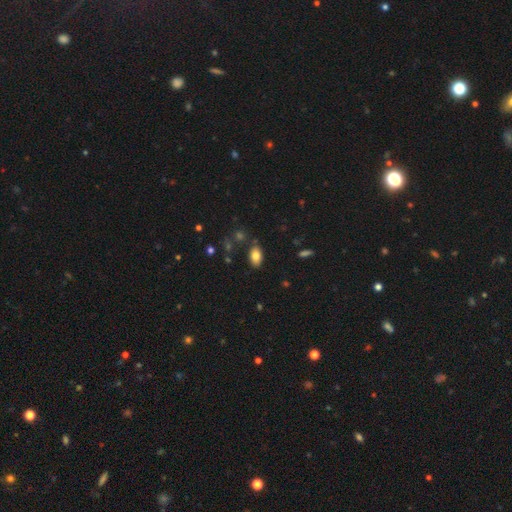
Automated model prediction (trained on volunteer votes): Q: Smooth or featured?
A: smooth (81%); runner-up: featured or disk (10%)
Q: How rounded?
A: in between (90%); runner-up: round (8%)
Q: Merging?
A: none (81%); runner-up: minor disturbance (12%)